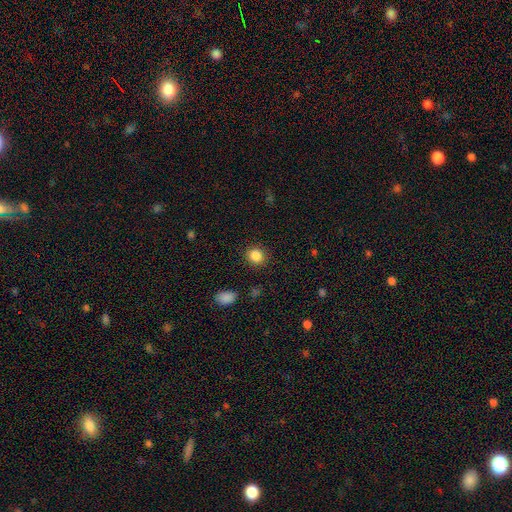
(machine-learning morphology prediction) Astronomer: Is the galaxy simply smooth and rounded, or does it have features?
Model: smooth — 86%.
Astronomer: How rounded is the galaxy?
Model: round — 82%.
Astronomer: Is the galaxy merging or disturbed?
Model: none — 88%.